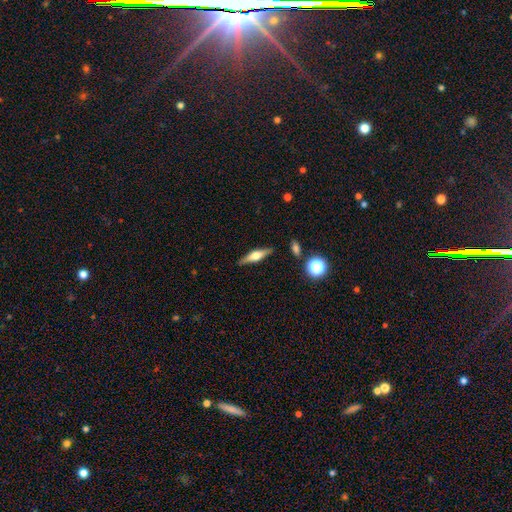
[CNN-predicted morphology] Smooth or featured? featured or disk (61%)
Edge-on disk? yes (95%)
Edge-on bulge? rounded (88%)
Merging? none (86%)